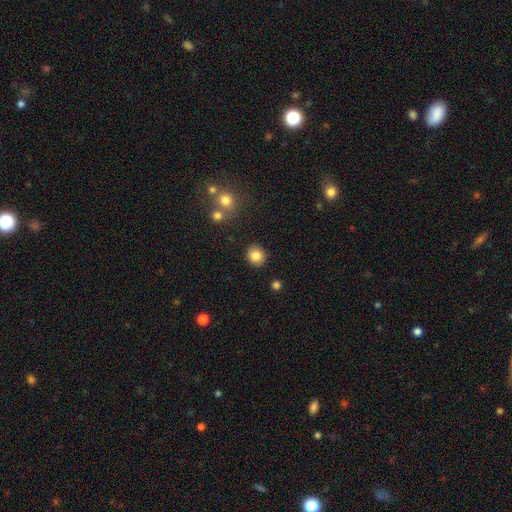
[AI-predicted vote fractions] Smooth or featured: smooth — 85% (star or artifact — 10%)
How rounded: round — 85% (in between — 14%)
Merging: none — 90% (minor disturbance — 6%)